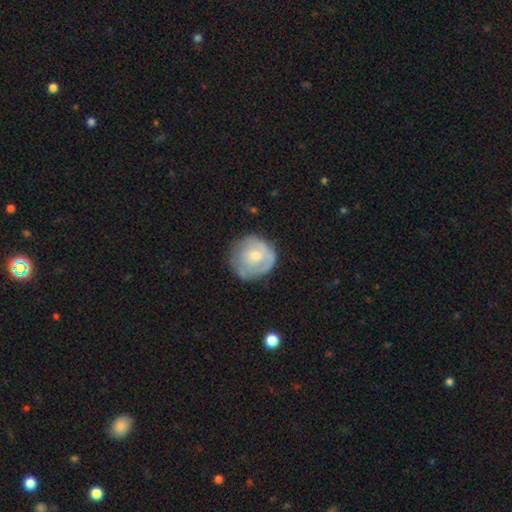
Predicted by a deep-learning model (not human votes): The model was most divided on "smooth or featured": smooth: 52%, featured or disk: 41%, star or artifact: 7%. More confident: how rounded — round (89%); merging — none (65%).